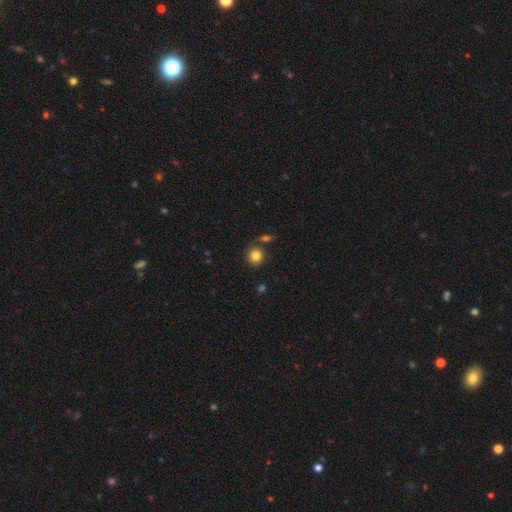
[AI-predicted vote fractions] The model was most divided on "merging": none: 75%, merger: 11%, minor disturbance: 10%, major disturbance: 3%. More confident: how rounded — round (86%); smooth or featured — smooth (84%).